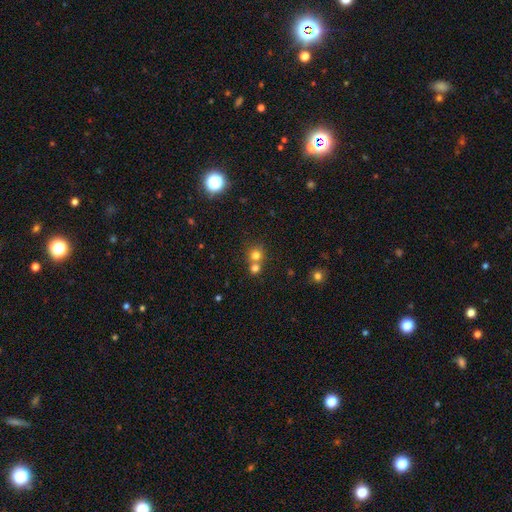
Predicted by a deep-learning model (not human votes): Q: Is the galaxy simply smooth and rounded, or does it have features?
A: smooth — 75%.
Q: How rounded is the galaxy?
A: round — 88%.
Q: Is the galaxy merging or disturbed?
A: none — 48%.